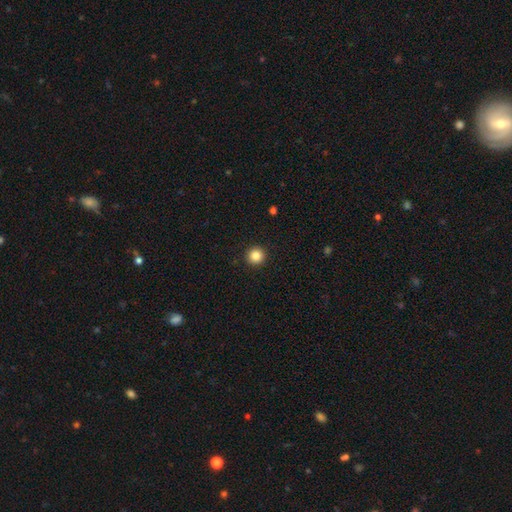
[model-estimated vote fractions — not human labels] Smooth or featured?
  - smooth: 85% *
  - star or artifact: 11%
  - featured or disk: 4%
How rounded?
  - round: 96% *
  - in between: 3%
  - cigar-shaped: 1%
Merging?
  - none: 94% *
  - minor disturbance: 4%
  - major disturbance: 1%
  - merger: 1%